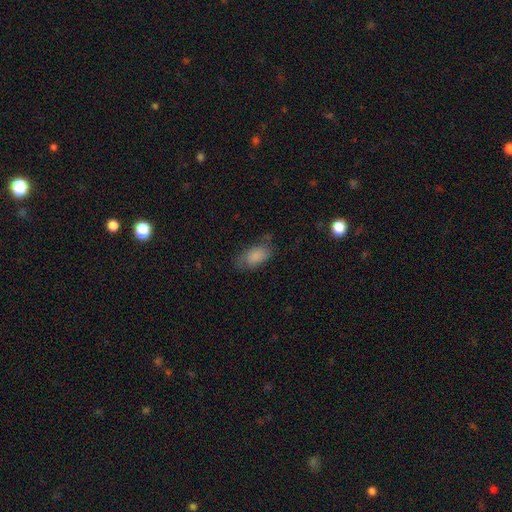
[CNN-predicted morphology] smooth 81%, featured or disk 11%, star or artifact 8%. Down the decision tree: how rounded — in between (91%); merging — none (63%).